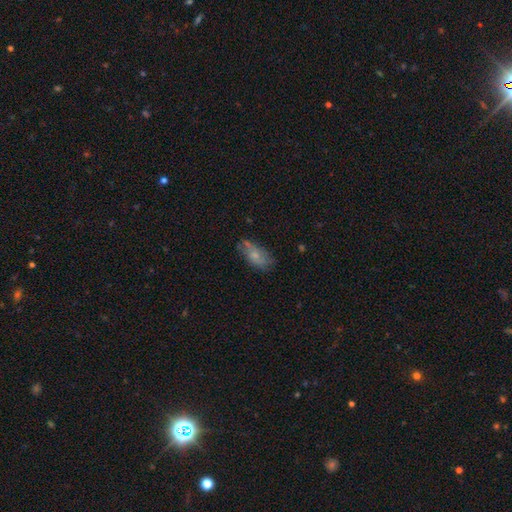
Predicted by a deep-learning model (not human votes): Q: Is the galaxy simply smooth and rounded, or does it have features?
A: smooth — 55%.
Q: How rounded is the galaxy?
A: in between — 89%.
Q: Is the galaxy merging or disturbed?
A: none — 59%.